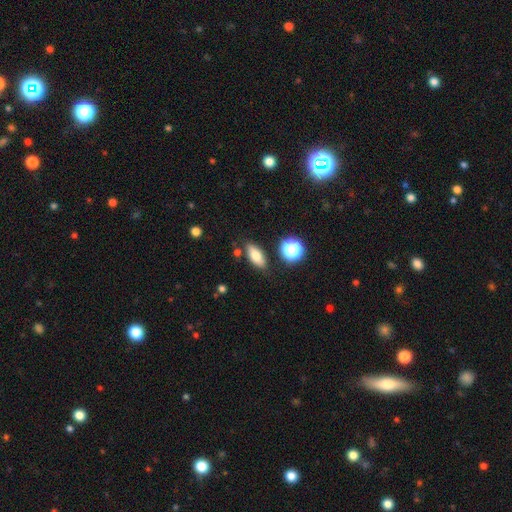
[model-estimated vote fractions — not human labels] This is likely a smooth galaxy (76%). How rounded: likely in between (77%). Merging: clearly none (82%).